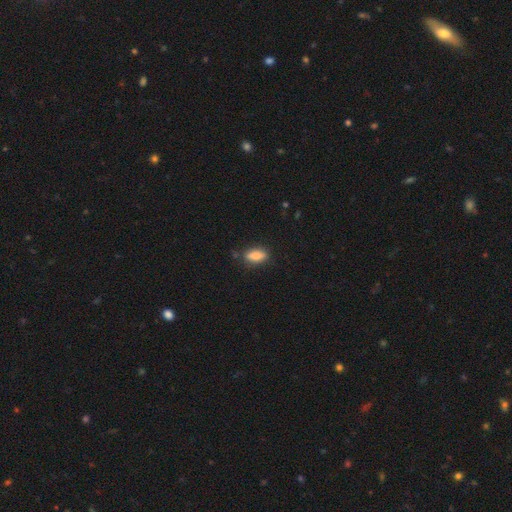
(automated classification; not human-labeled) Q: Smooth or featured?
A: smooth (85%); runner-up: star or artifact (8%)
Q: How rounded?
A: in between (80%); runner-up: cigar-shaped (17%)
Q: Merging?
A: none (76%); runner-up: minor disturbance (18%)